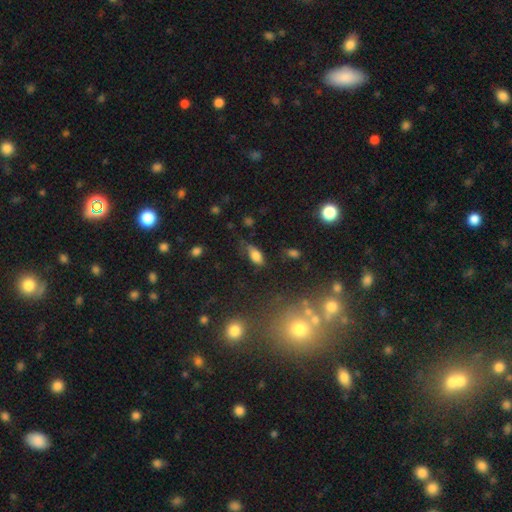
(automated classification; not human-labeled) Q: Smooth or featured?
A: smooth (76%); runner-up: featured or disk (13%)
Q: How rounded?
A: in between (85%); runner-up: cigar-shaped (11%)
Q: Merging?
A: none (59%); runner-up: minor disturbance (27%)